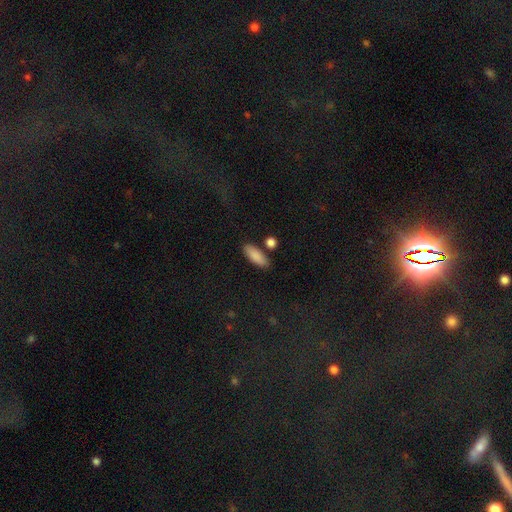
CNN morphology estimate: Q: Smooth or featured?
A: smooth (87%); runner-up: star or artifact (6%)
Q: How rounded?
A: in between (75%); runner-up: cigar-shaped (22%)
Q: Merging?
A: none (80%); runner-up: minor disturbance (11%)